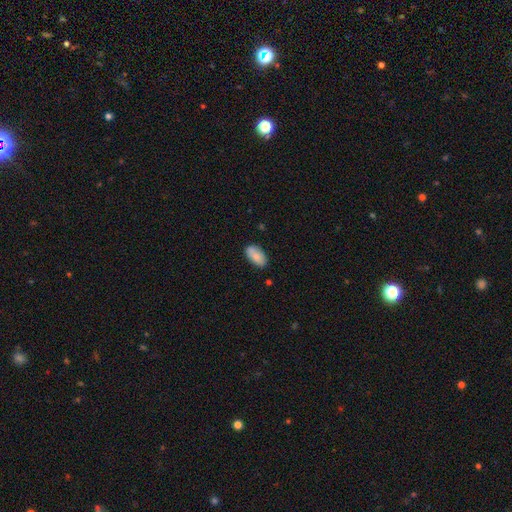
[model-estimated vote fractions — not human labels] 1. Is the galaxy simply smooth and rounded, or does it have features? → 80% smooth, 13% featured or disk, 7% star or artifact.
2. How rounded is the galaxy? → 93% in between, 4% cigar-shaped, 3% round.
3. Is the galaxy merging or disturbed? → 75% none, 17% minor disturbance, 5% merger, 3% major disturbance.